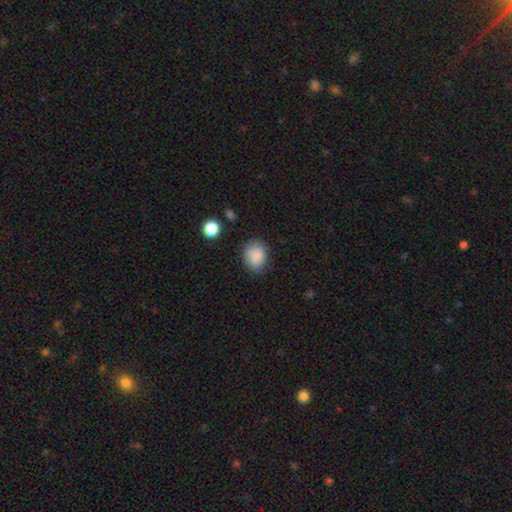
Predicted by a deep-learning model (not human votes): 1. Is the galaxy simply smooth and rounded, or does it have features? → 86% smooth, 8% star or artifact, 5% featured or disk.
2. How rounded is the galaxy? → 56% round, 43% in between, 1% cigar-shaped.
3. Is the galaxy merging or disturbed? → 76% none, 17% minor disturbance, 4% major disturbance, 2% merger.